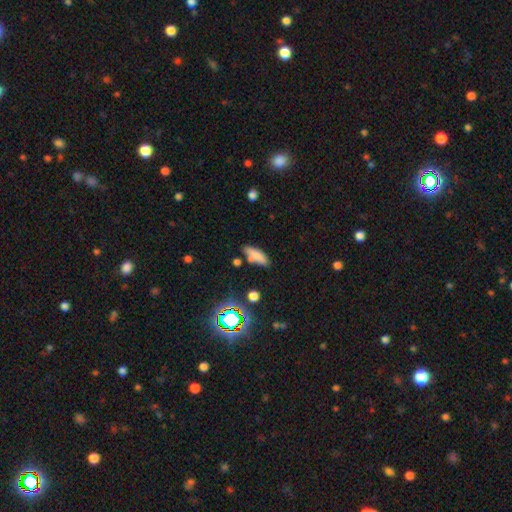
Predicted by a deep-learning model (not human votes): Smooth or featured: smooth — 76% (star or artifact — 13%)
How rounded: in between — 59% (cigar-shaped — 38%)
Merging: none — 64% (minor disturbance — 19%)